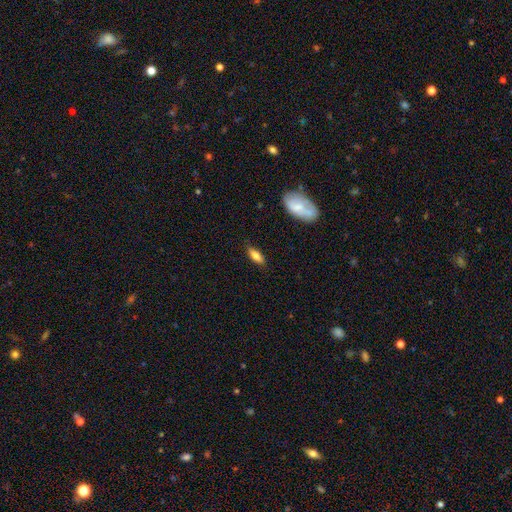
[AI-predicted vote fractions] Morphology: type=smooth (77%); roundness=in between (70%); merging=none (81%).